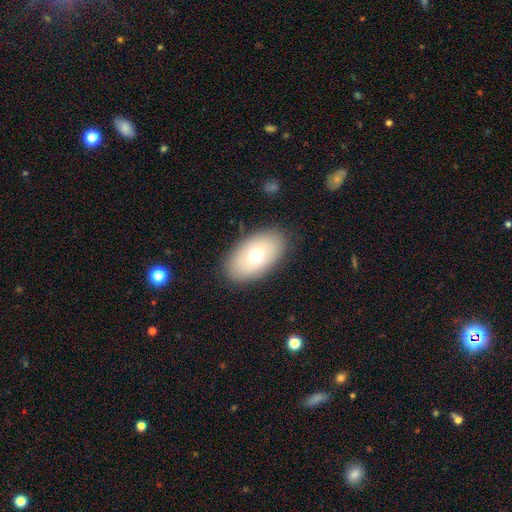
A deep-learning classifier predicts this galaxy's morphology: This appears to be a smooth galaxy with no disk features (67%) that is in between round and cigar-shaped (91%). Merging: none (85%).